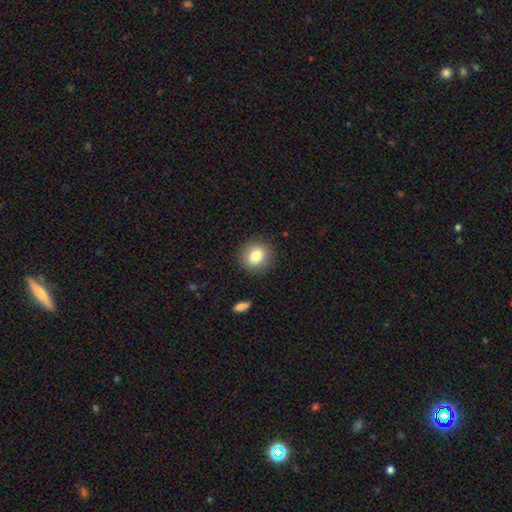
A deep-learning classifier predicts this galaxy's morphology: Smooth or featured: smooth — 81% (star or artifact — 9%)
How rounded: round — 79% (in between — 20%)
Merging: none — 89% (minor disturbance — 8%)